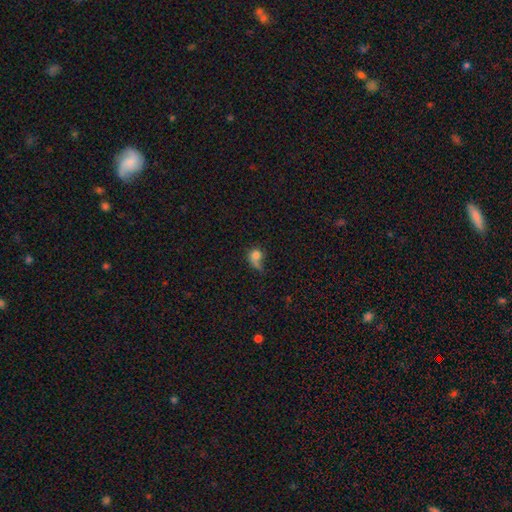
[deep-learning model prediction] This is likely a smooth galaxy (71%). How rounded: likely round (69%). Merging: marginally major disturbance (37%).